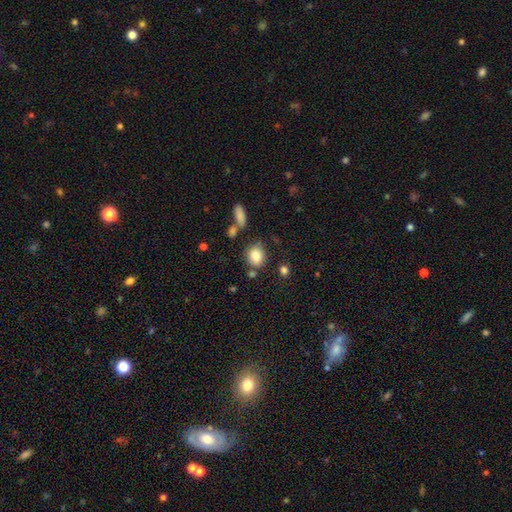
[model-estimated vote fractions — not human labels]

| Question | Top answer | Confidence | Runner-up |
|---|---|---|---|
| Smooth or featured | smooth | 83% | star or artifact (9%) |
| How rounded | round | 61% | in between (38%) |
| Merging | none | 70% | minor disturbance (15%) |